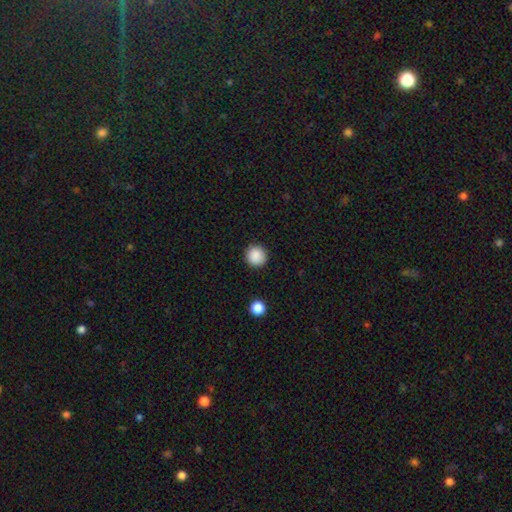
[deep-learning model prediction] A smooth galaxy with no disk features (88%) that is round (95%). Merging: none (92%).